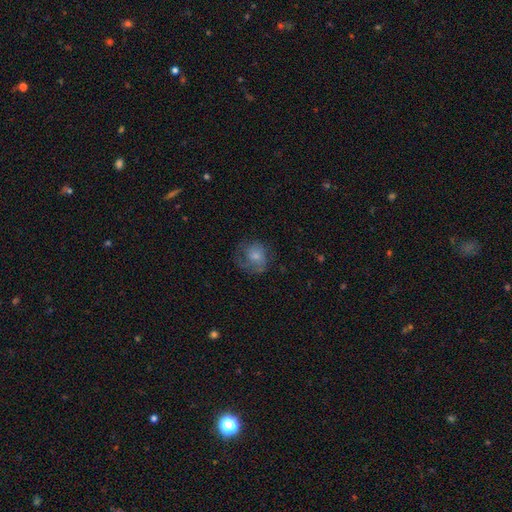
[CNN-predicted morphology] This appears to be a smooth galaxy with no disk features (56%) that is round (71%). Merging: none (49%).